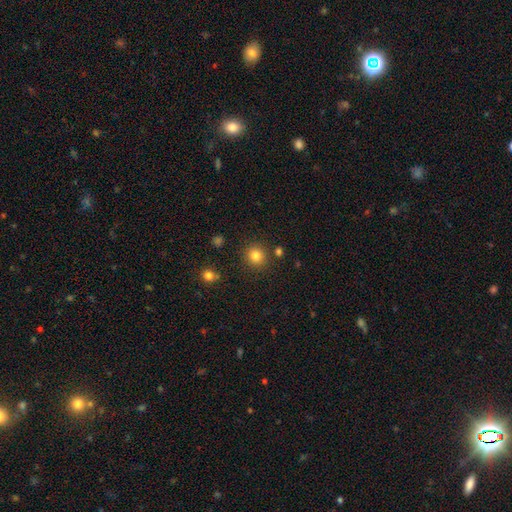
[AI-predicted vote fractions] Overall: smooth (82%). How rounded: round (92%). Merging: none (87%).